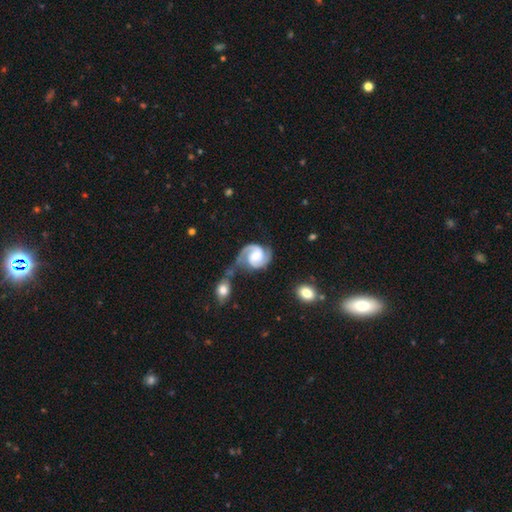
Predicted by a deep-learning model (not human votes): featured or disk 89%, smooth 7%, star or artifact 4%. Down the decision tree: edge-on disk — no (98%); bar — weak (42%, tied with no); spiral arms — yes (98%); spiral arm count — 2 (91%); spiral winding — medium (50%); bulge size — moderate (43%); merging — none (43%).